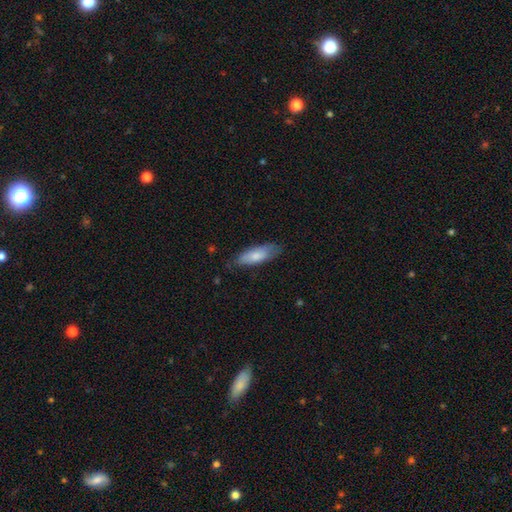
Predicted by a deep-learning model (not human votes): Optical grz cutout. It shows a smooth galaxy with no disk features (76%) that is in between round and cigar-shaped (62%). Merging: none (72%).